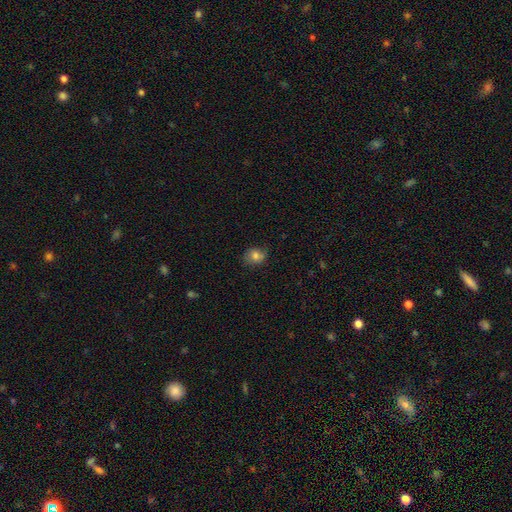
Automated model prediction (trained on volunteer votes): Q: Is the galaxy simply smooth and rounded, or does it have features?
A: smooth — 77%.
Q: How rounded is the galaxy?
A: round — 62%.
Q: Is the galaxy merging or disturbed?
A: none — 72%.